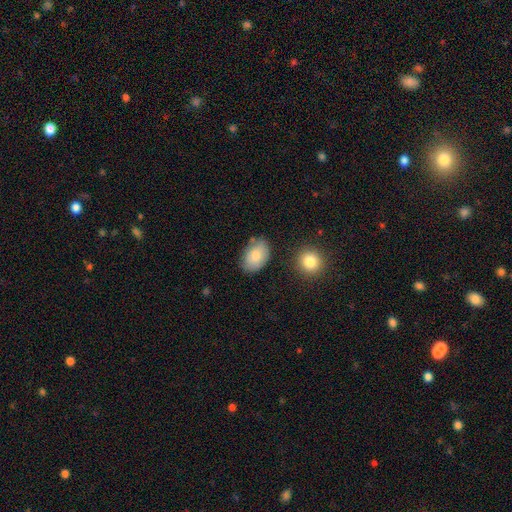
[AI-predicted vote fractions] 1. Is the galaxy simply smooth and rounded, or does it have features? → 81% smooth, 12% featured or disk, 7% star or artifact.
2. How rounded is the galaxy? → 88% in between, 11% round, 1% cigar-shaped.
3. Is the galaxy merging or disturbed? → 73% none, 18% minor disturbance, 5% merger, 4% major disturbance.